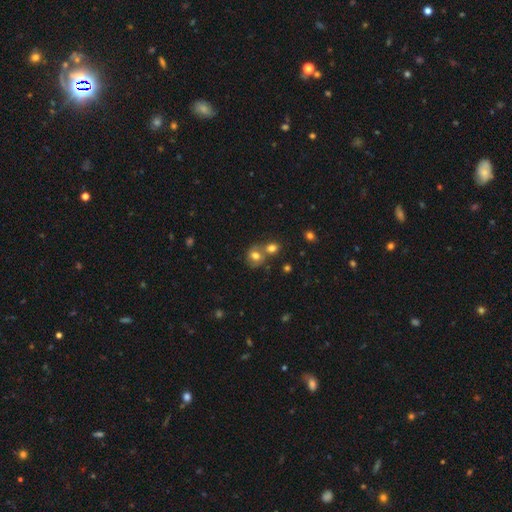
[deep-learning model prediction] Morphology: type=smooth (73%); roundness=round (72%); merging=none (45%).